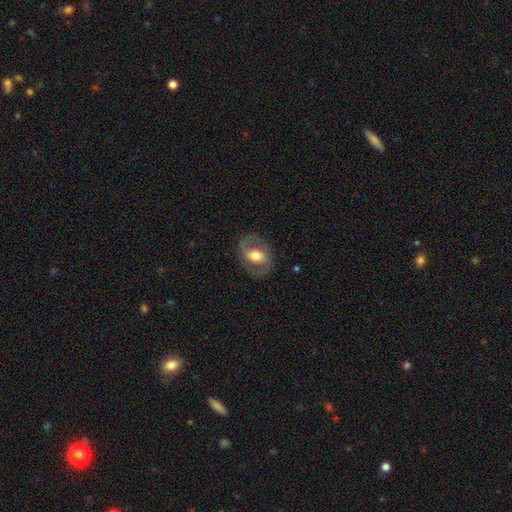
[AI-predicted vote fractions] A featured or disk galaxy (65%) with no bar (44%), spiral arms (71%) and a moderate central bulge (61%). Merging: none (76%).